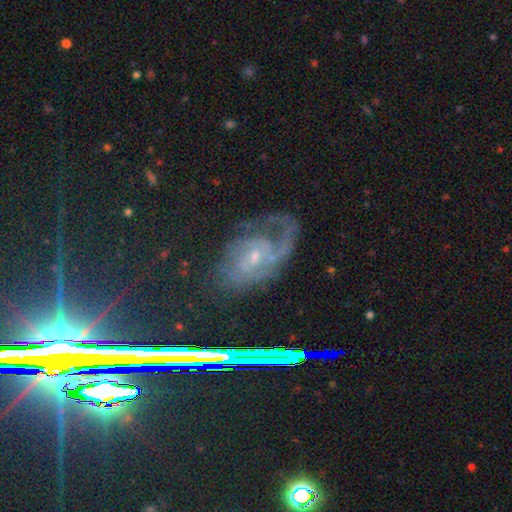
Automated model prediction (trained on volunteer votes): A featured or disk galaxy (75%) with no bar (56%), 2 (42%) tight (45%) spiral arms (92%) and a small central bulge (66%).

Vote fractions:
- Smooth or featured? featured or disk: 75% / star or artifact: 15% / smooth: 10%
- Edge-on disk? no: 96% / yes: 4%
- Bar? no: 56% / weak: 35% / strong: 9%
- Spiral arms? yes: 92% / no: 8%
- Spiral winding? tight: 45% / medium: 40% / loose: 15%
- Spiral arm count? 2: 42% / can't tell: 26% / 1: 16% / 3: 8% / 4: 4% / more than 4: 4%
- Bulge size? small: 66% / moderate: 28% / none: 3% / large: 2% / dominant: 1%
- Merging? none: 55% / minor disturbance: 22% / major disturbance: 21% / merger: 2%